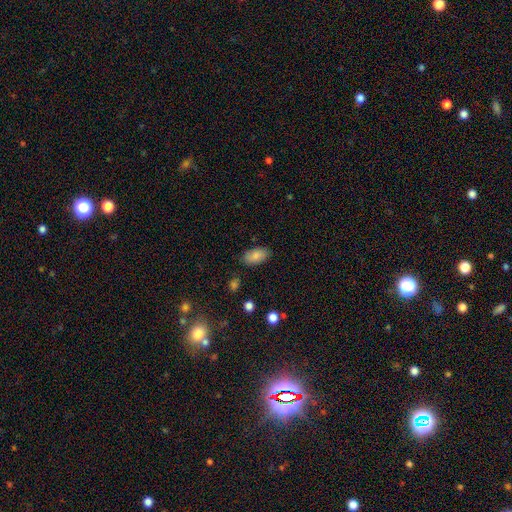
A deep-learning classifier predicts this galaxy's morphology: The model was most divided on "merging": none: 84%, minor disturbance: 11%, major disturbance: 3%, merger: 2%. More confident: how rounded — in between (94%); smooth or featured — smooth (85%).